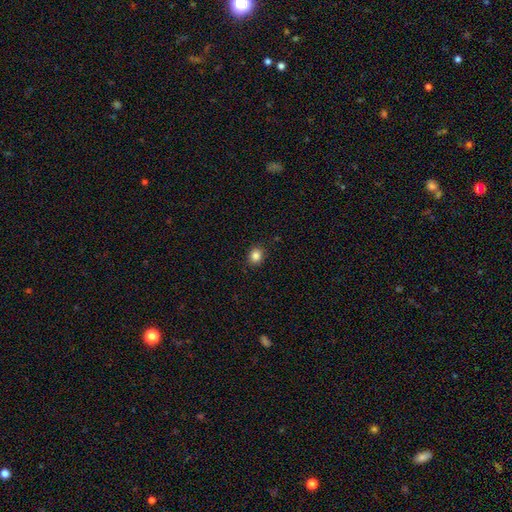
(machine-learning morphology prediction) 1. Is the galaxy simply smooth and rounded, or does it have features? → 85% smooth, 11% star or artifact, 4% featured or disk.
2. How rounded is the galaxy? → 67% round, 32% in between, 1% cigar-shaped.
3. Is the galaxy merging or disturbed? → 90% none, 7% minor disturbance, 2% major disturbance, 1% merger.